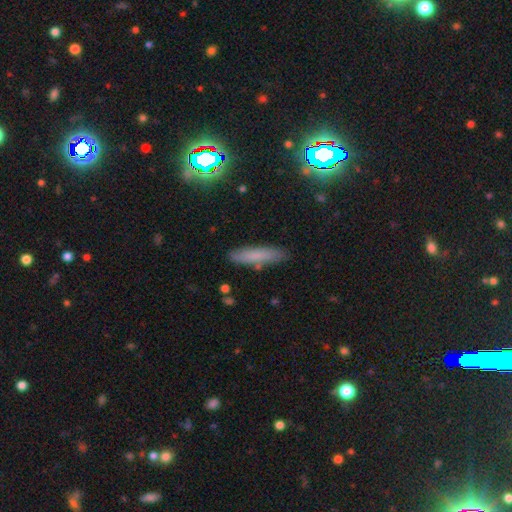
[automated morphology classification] Smooth or featured?
  - smooth: 68% *
  - featured or disk: 18%
  - star or artifact: 14%
How rounded?
  - cigar-shaped: 79% *
  - in between: 19%
  - round: 2%
Merging?
  - none: 82% *
  - minor disturbance: 13%
  - major disturbance: 3%
  - merger: 2%